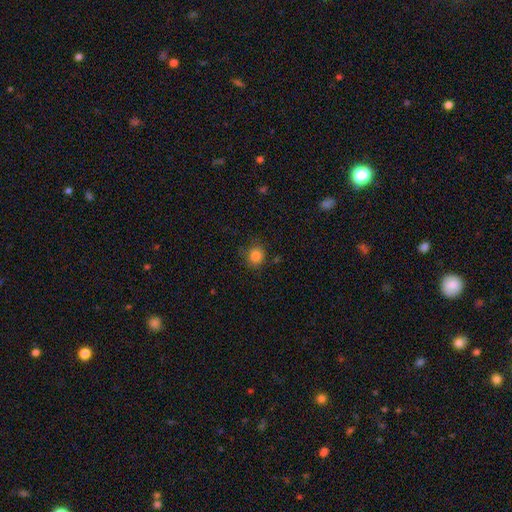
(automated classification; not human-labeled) Smooth or featured?
  - smooth: 85% *
  - star or artifact: 11%
  - featured or disk: 4%
How rounded?
  - round: 83% *
  - in between: 16%
  - cigar-shaped: 1%
Merging?
  - none: 79% *
  - minor disturbance: 15%
  - major disturbance: 4%
  - merger: 2%